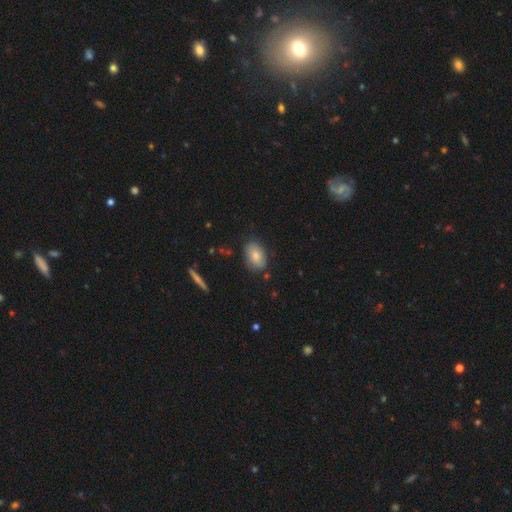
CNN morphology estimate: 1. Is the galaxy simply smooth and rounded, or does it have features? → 78% smooth, 14% featured or disk, 7% star or artifact.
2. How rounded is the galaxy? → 87% in between, 11% round, 2% cigar-shaped.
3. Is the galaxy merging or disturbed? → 79% none, 16% minor disturbance, 3% major disturbance, 2% merger.